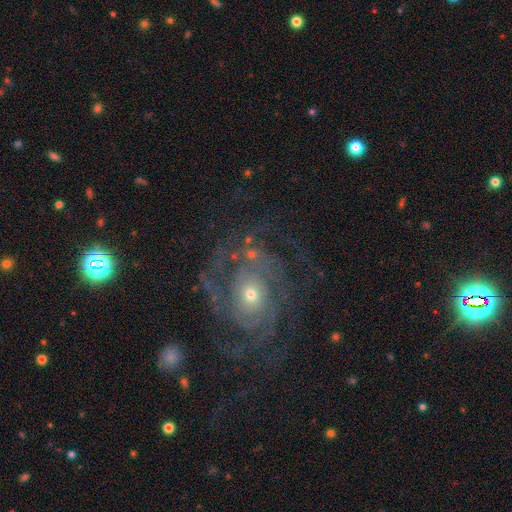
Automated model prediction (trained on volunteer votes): smooth_or_featured: featured or disk (p=0.85) [alt: star or artifact p=0.09]
disk_edge_on: no (p=0.97) [alt: yes p=0.03]
bar: no (p=0.77) [alt: weak p=0.17]
has_spiral_arms: yes (p=0.95) [alt: no p=0.05]
spiral_winding: tight (p=0.61) [alt: medium p=0.31]
spiral_arm_count: can't tell (p=0.29) [alt: 2 p=0.24]
bulge_size: small (p=0.56) [alt: moderate p=0.39]
merging: none (p=0.70) [alt: minor disturbance p=0.15]